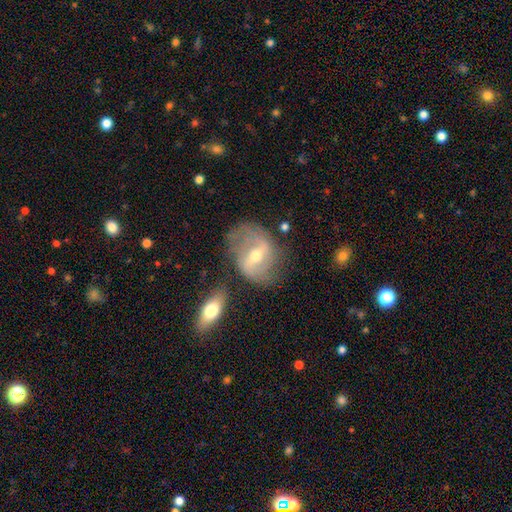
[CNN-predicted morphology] Q: Smooth or featured?
A: featured or disk (77%); runner-up: smooth (16%)
Q: Edge-on disk?
A: no (94%); runner-up: yes (6%)
Q: Bar?
A: weak (43%); tied with: strong (43%)
Q: Spiral arms?
A: yes (82%); runner-up: no (18%)
Q: Spiral winding?
A: loose (44%); runner-up: medium (39%)
Q: Spiral arm count?
A: 2 (82%); runner-up: can't tell (11%)
Q: Bulge size?
A: moderate (58%); runner-up: small (38%)
Q: Merging?
A: none (63%); runner-up: minor disturbance (21%)